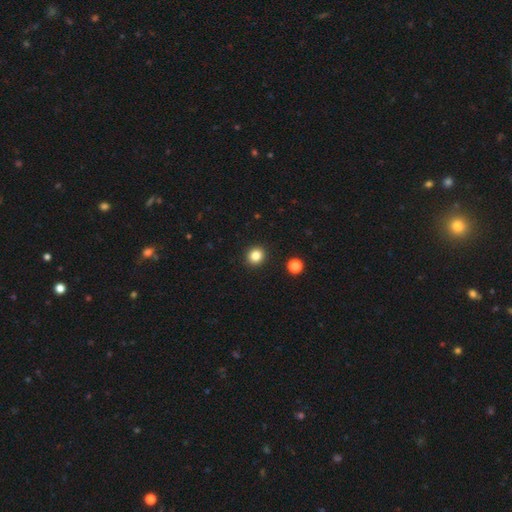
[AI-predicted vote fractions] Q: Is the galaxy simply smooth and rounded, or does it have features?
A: smooth — 83%.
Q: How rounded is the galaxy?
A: round — 85%.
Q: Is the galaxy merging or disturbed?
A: none — 92%.